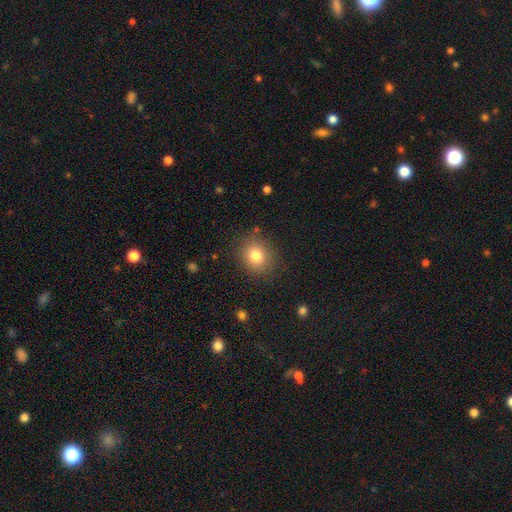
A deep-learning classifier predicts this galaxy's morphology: Overall: smooth (80%). How rounded: round (73%). Merging: none (85%).